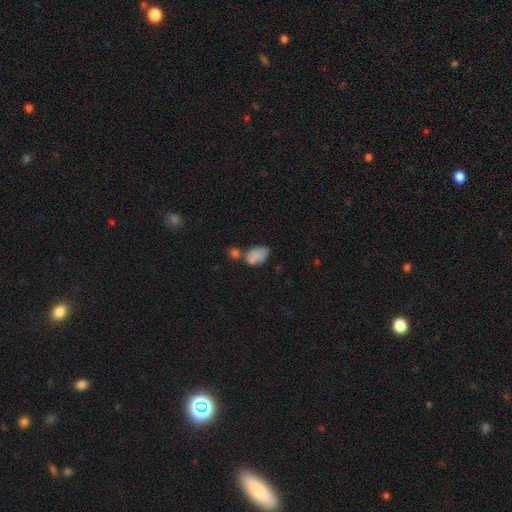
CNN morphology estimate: Smooth or featured?
  - smooth: 81% *
  - featured or disk: 10%
  - star or artifact: 10%
How rounded?
  - in between: 87% *
  - round: 12%
  - cigar-shaped: 2%
Merging?
  - none: 38% *
  - merger: 29%
  - minor disturbance: 23%
  - major disturbance: 10%